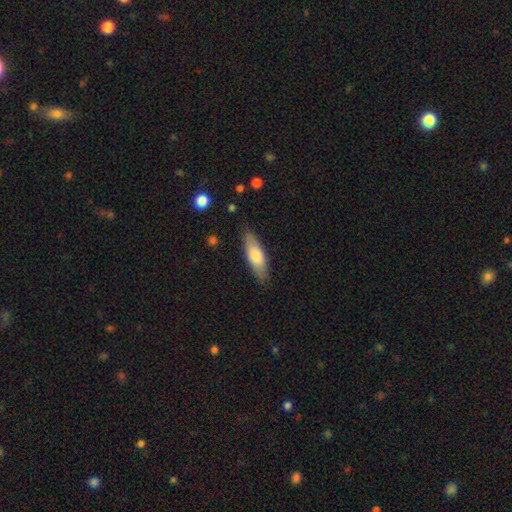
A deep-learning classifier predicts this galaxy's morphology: This appears to be a smooth galaxy with no disk features (73%) that is in between round and cigar-shaped (55%). Merging: none (84%).